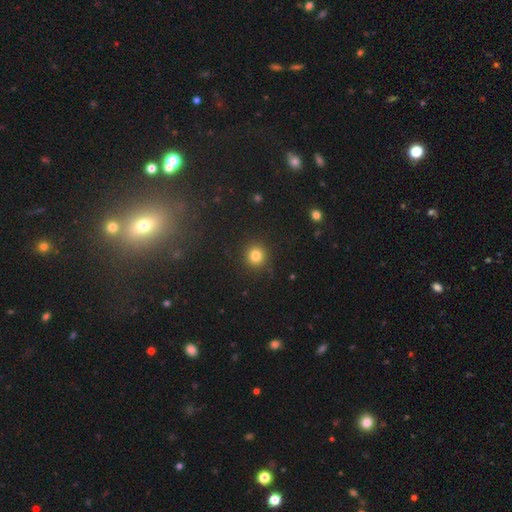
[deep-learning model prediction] A smooth galaxy with no disk features (82%) that is round (93%). Merging: none (91%).